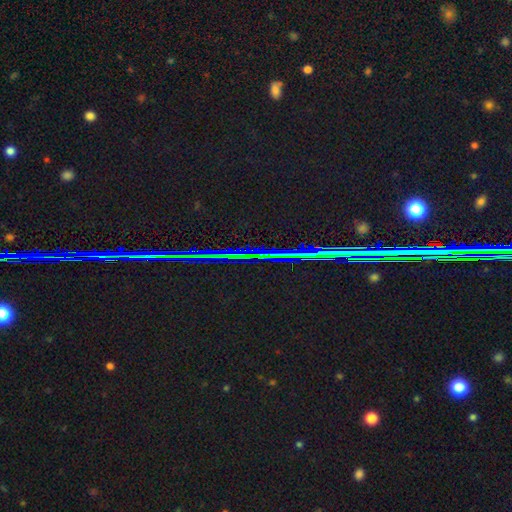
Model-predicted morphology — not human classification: The model was most divided on "smooth or featured": star or artifact: 86%, featured or disk: 7%, smooth: 7%.